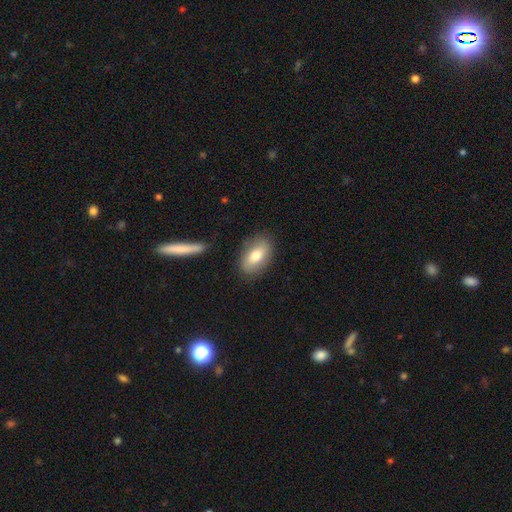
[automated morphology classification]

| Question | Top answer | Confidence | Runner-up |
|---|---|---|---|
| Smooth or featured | smooth | 72% | featured or disk (21%) |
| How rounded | in between | 89% | round (7%) |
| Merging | none | 81% | minor disturbance (13%) |